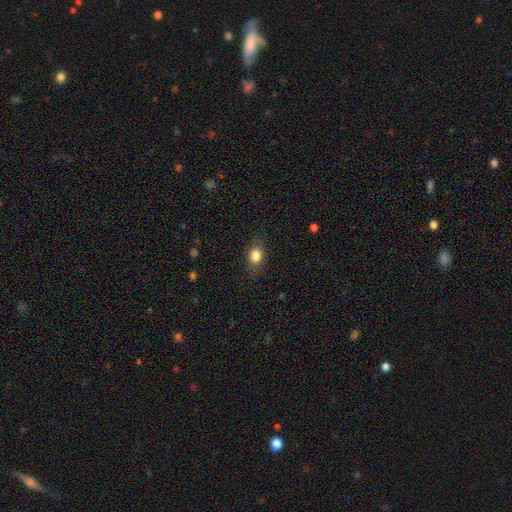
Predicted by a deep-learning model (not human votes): A smooth galaxy with no disk features (82%) that is in between round and cigar-shaped (69%). Merging: none (82%).